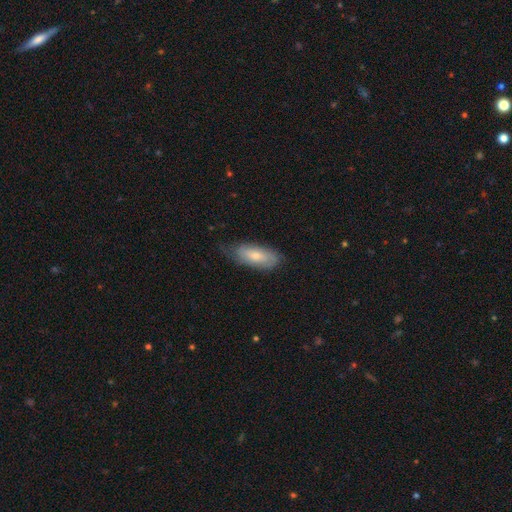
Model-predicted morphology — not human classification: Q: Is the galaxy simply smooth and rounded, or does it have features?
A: smooth — 62%.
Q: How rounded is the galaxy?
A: in between — 83%.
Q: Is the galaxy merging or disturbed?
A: none — 60%.